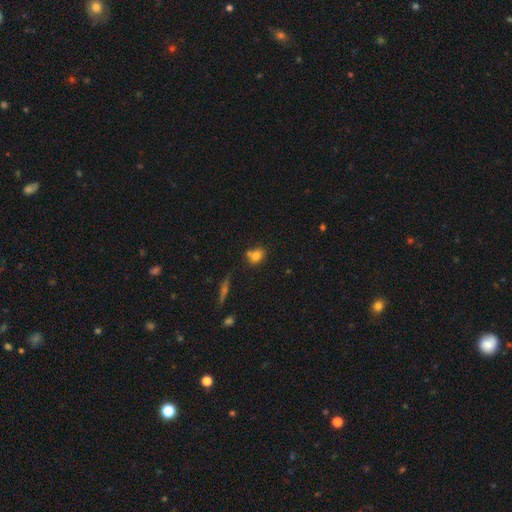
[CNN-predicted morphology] type=smooth (77%); roundness=in between (52%); merging=none (55%).